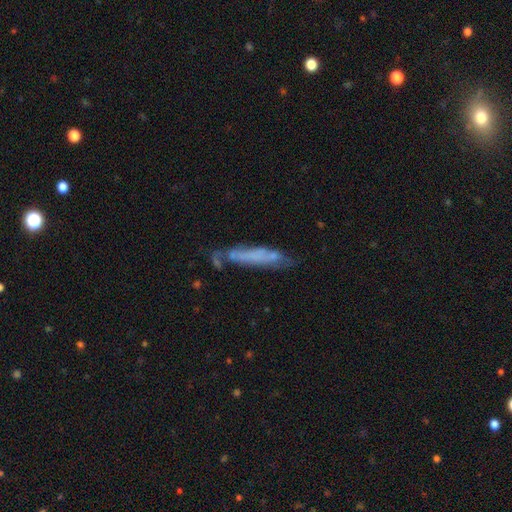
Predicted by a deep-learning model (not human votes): A smooth galaxy with no disk features (47%).

Vote fractions:
- Smooth or featured? smooth: 47% / featured or disk: 43% / star or artifact: 10%
- Merging? none: 55% / minor disturbance: 26% / major disturbance: 12% / merger: 8%